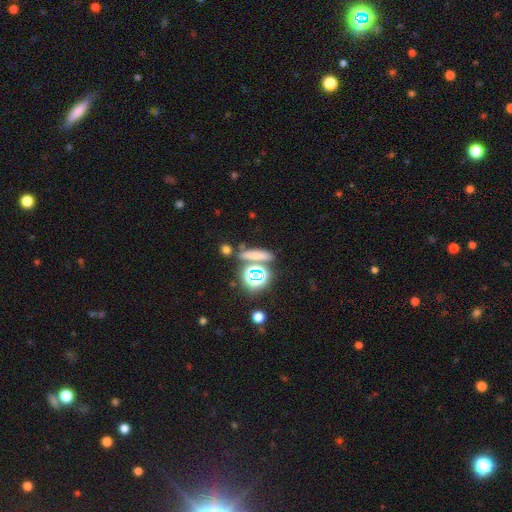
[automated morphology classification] type=smooth (58%); roundness=cigar-shaped (49%); merging=none (71%).